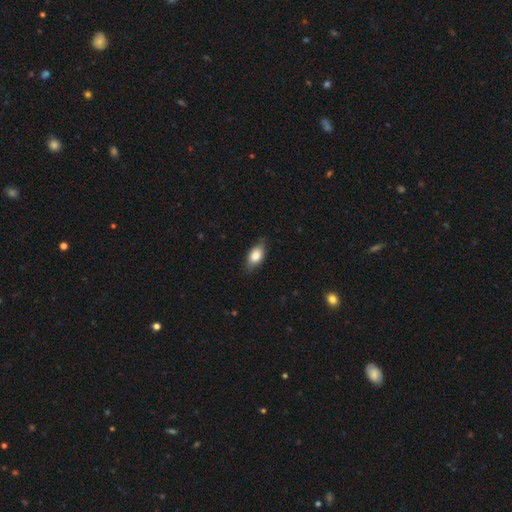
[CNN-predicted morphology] A smooth galaxy with no disk features (78%) that is in between round and cigar-shaped (86%). Merging: none (75%).